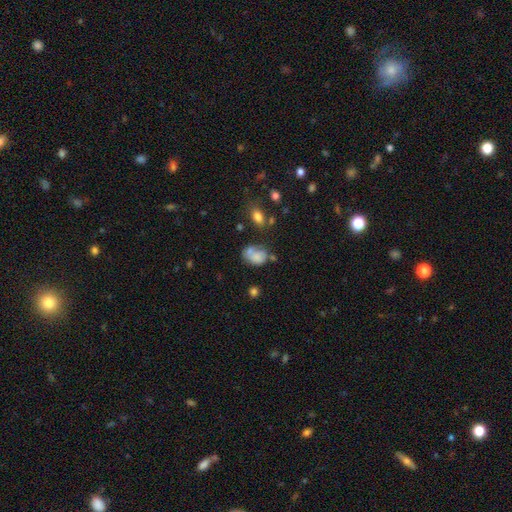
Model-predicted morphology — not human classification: Q: Smooth or featured?
A: smooth (70%); runner-up: featured or disk (20%)
Q: How rounded?
A: in between (70%); runner-up: round (28%)
Q: Merging?
A: none (36%); runner-up: merger (28%)